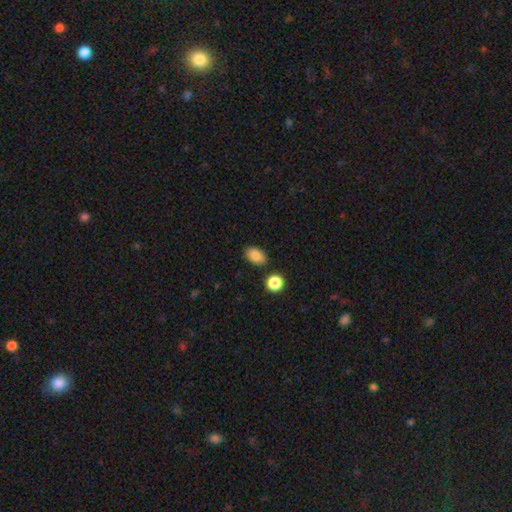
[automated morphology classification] A smooth galaxy with no disk features (85%) that is in between round and cigar-shaped (86%).

Vote fractions:
- Smooth or featured? smooth: 85% / star or artifact: 9% / featured or disk: 6%
- How rounded? in between: 86% / round: 12% / cigar-shaped: 1%
- Merging? none: 84% / minor disturbance: 10% / merger: 4% / major disturbance: 2%